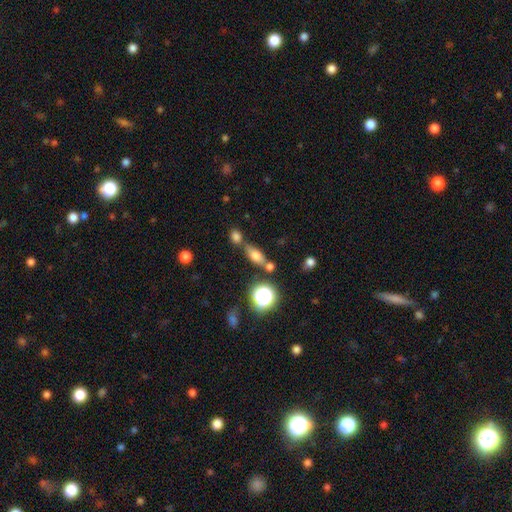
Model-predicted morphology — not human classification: A smooth galaxy with no disk features (65%) that is in between round and cigar-shaped (61%).

Vote fractions:
- Smooth or featured? smooth: 65% / featured or disk: 20% / star or artifact: 15%
- How rounded? in between: 61% / cigar-shaped: 25% / round: 13%
- Merging? none: 58% / merger: 24% / minor disturbance: 13% / major disturbance: 5%